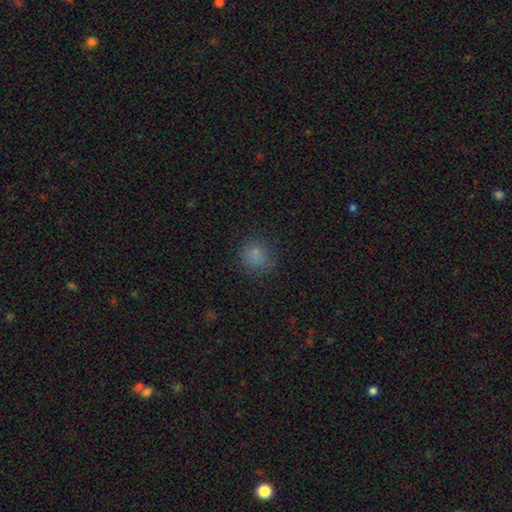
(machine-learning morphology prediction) A smooth galaxy with no disk features (79%) that is round (84%). Merging: none (80%).